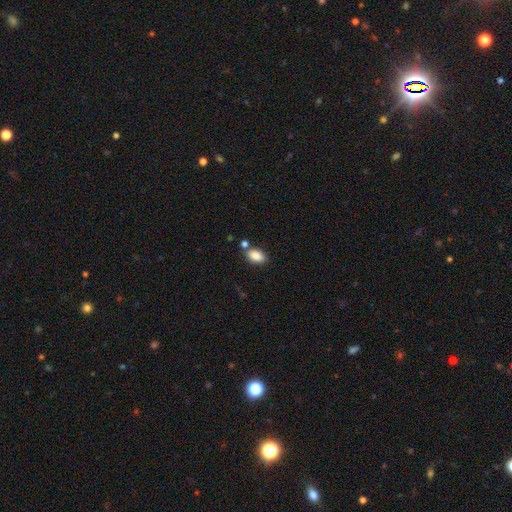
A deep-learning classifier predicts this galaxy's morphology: Overall: smooth (87%). How rounded: in between (91%). Merging: none (71%).